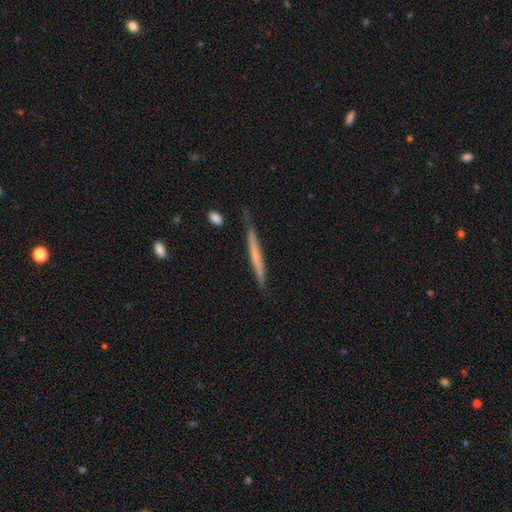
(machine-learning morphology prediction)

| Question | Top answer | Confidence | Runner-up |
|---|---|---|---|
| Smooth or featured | smooth | 50% | featured or disk (44%) |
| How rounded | cigar-shaped | 97% | in between (2%) |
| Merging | none | 77% | minor disturbance (18%) |